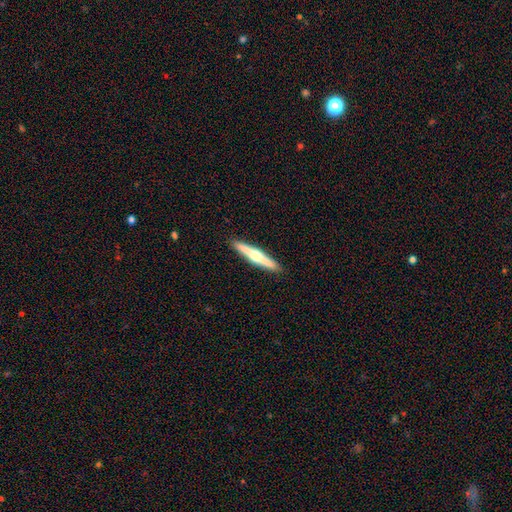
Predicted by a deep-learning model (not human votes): featured or disk 62%, smooth 33%, star or artifact 5%. Down the decision tree: edge-on disk — yes (97%); edge-on bulge — rounded (92%); merging — none (92%).